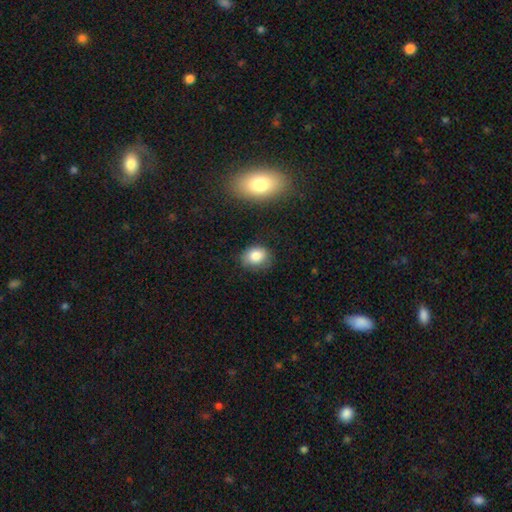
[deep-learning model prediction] Smooth or featured? smooth (83%)
How rounded? in between (54%)
Merging? none (72%)